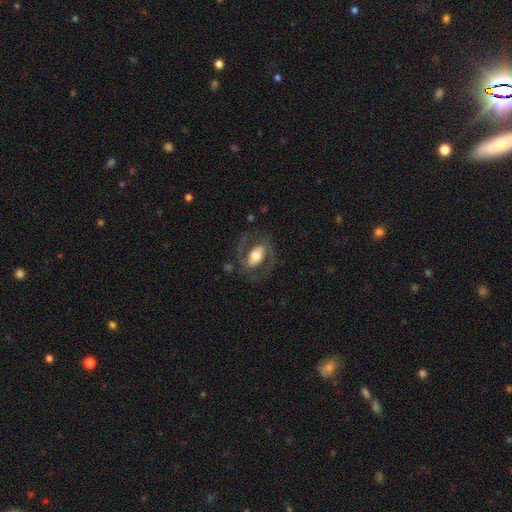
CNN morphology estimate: smooth-or-featured: featured or disk: 72% | smooth: 23% | star or artifact: 5%
  disk-edge-on: no: 95% | yes: 5%
    bar: no: 35% | weak: 32% | strong: 32%
    has-spiral-arms: yes: 77% | no: 23%
      spiral-winding: medium: 54% | tight: 25% | loose: 22%
      spiral-arm-count: 2: 88% | can't tell: 6% | 1: 3% | 3: 1% | 4: 1% | more than 4: 1%
    bulge-size: moderate: 57% | large: 29% | small: 9% | dominant: 3% | none: 1%
  merging: none: 72% | minor disturbance: 14% | major disturbance: 12% | merger: 2%